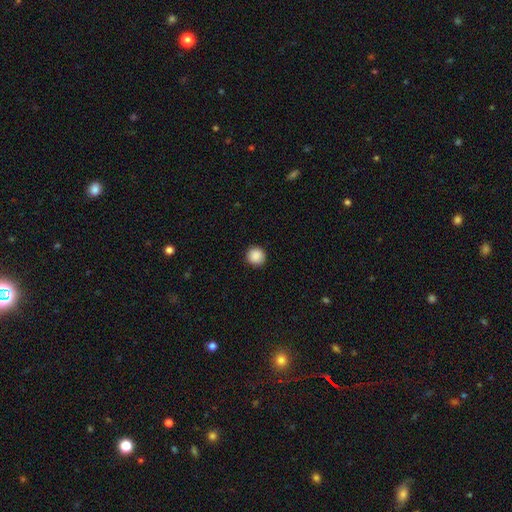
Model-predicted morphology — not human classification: A smooth galaxy with no disk features (89%) that is round (94%).

Vote fractions:
- Smooth or featured? smooth: 89% / star or artifact: 8% / featured or disk: 2%
- How rounded? round: 94% / in between: 5% / cigar-shaped: 1%
- Merging? none: 92% / minor disturbance: 6% / major disturbance: 2% / merger: 1%